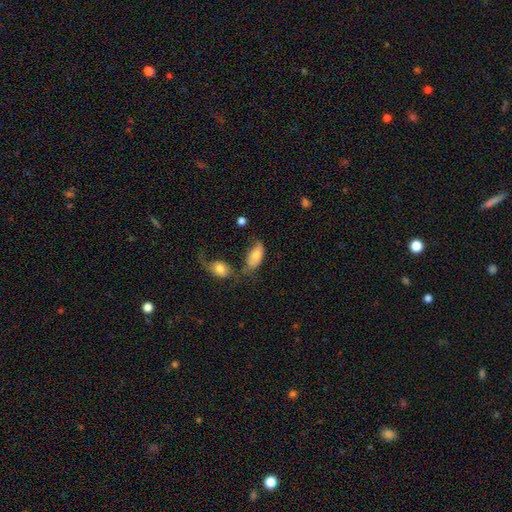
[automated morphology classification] smooth_or_featured: smooth (p=0.73) [alt: featured or disk p=0.20]
how_rounded: in between (p=0.92) [alt: cigar-shaped p=0.04]
merging: none (p=0.30) [alt: merger p=0.29]